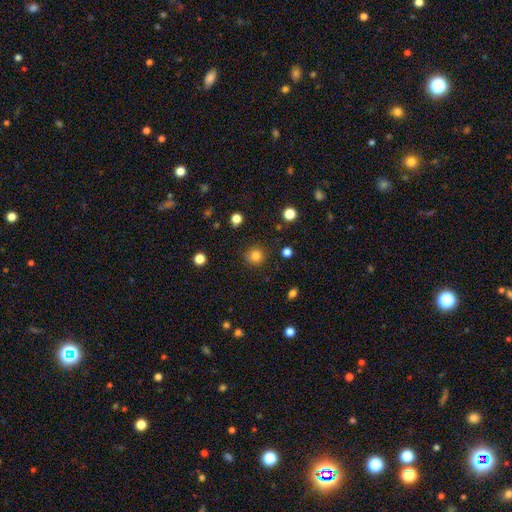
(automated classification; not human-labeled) Smooth or featured: smooth — 82% (star or artifact — 13%)
How rounded: round — 93% (in between — 6%)
Merging: none — 88% (minor disturbance — 8%)